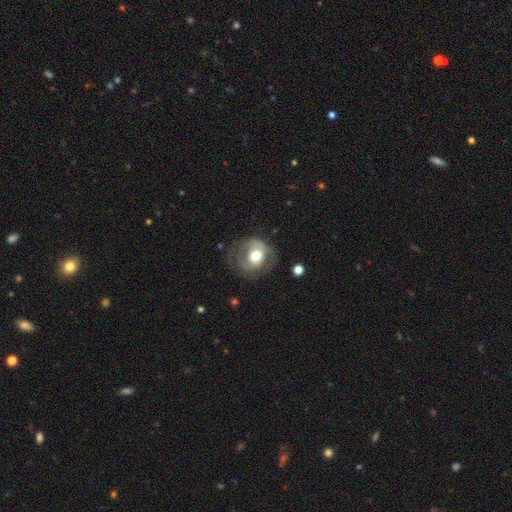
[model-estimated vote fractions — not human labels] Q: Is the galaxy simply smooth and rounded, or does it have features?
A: smooth — 48%.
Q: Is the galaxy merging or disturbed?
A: none — 46%.